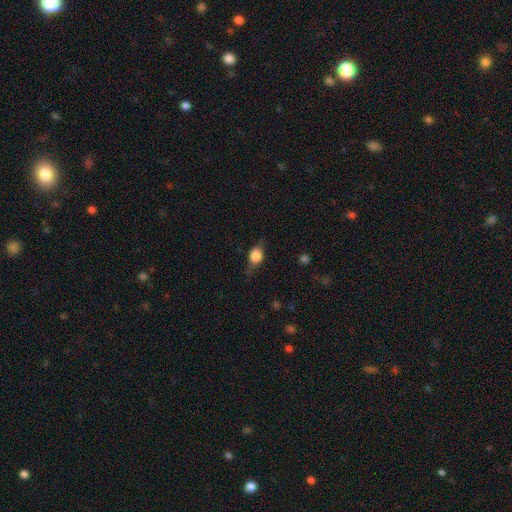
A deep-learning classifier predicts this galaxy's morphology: A smooth galaxy with no disk features (68%) that is in between round and cigar-shaped (49%). Merging: none (65%).